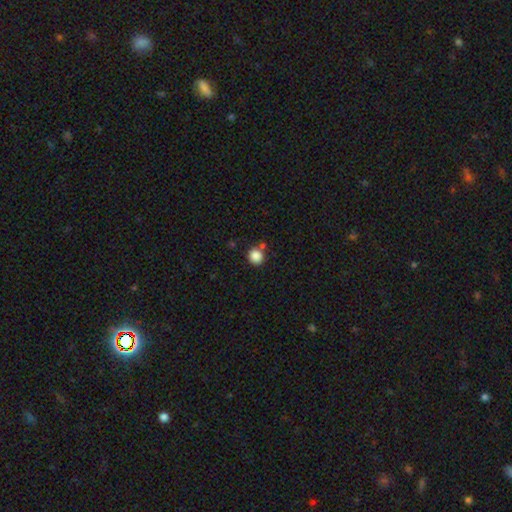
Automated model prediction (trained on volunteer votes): smooth 86%, star or artifact 10%, featured or disk 3%. Down the decision tree: how rounded — round (90%); merging — none (76%).